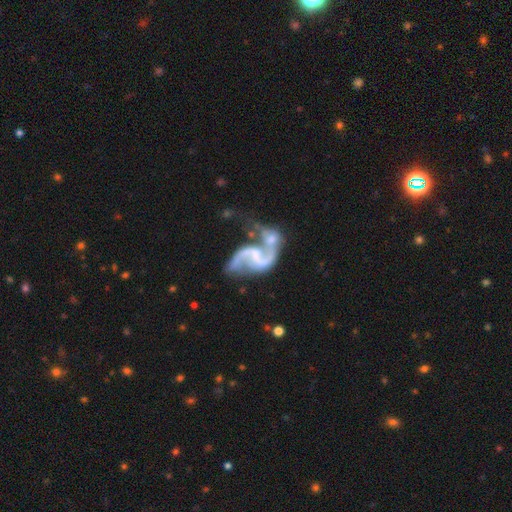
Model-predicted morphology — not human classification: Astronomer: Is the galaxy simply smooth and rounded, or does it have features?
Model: featured or disk — 91%.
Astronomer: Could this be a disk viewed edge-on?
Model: no — 98%.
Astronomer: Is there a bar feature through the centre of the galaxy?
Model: weak — 47% (runner-up: no, 34%).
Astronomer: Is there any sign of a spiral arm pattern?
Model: yes — 95%.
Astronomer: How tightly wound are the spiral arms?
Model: loose — 67%.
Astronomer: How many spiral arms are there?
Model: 2 — 91%.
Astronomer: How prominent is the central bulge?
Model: small — 44% (runner-up: none, 37%).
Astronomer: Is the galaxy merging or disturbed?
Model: merger — 39% (runner-up: none, 28%).